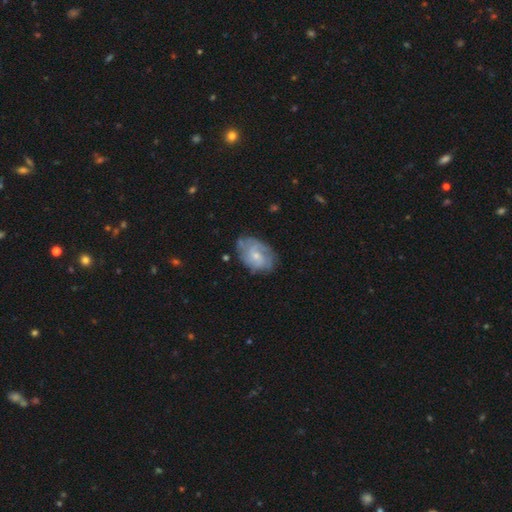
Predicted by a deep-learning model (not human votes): This appears to be a featured or disk galaxy (65%) with no bar (65%), tight (48%) spiral arms (81%) and a small central bulge (58%). Merging: none (68%).